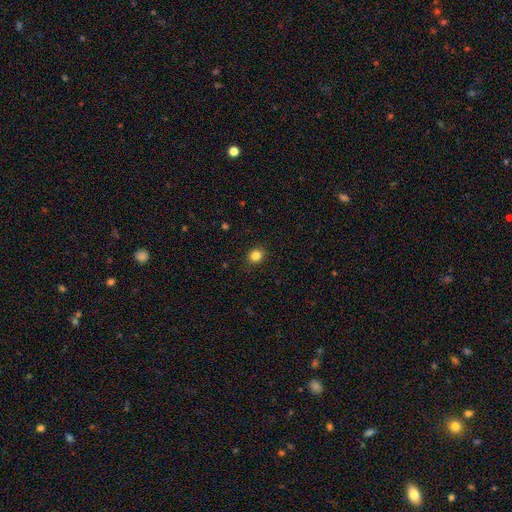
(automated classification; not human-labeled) Smooth or featured? smooth (84%)
How rounded? round (75%)
Merging? none (89%)